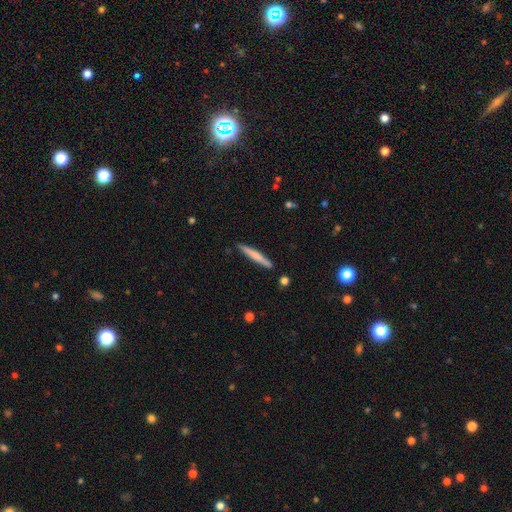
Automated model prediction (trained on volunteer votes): The model was most divided on "smooth or featured": smooth: 65%, featured or disk: 29%, star or artifact: 5%. More confident: how rounded — cigar-shaped (96%); merging — none (88%).